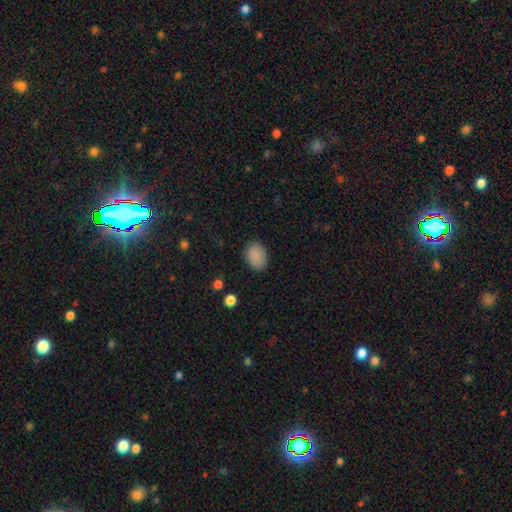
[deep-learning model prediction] A smooth galaxy with no disk features (88%) that is in between round and cigar-shaped (79%). Merging: none (85%).